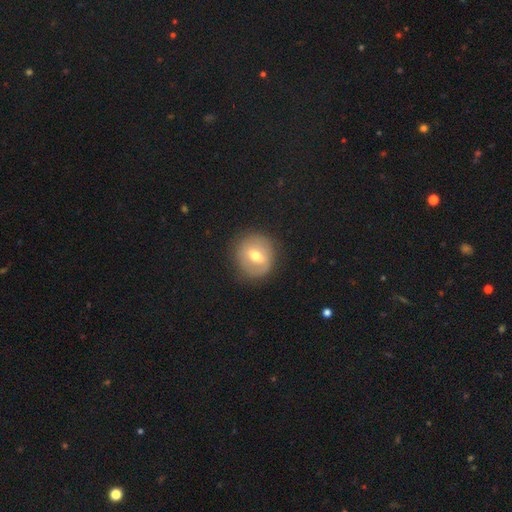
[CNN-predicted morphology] featured or disk 47%, smooth 45%, star or artifact 8%. Down the decision tree: merging — none (83%).